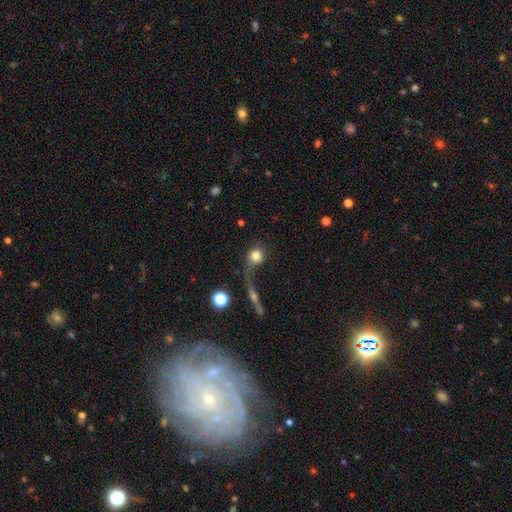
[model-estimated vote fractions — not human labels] The model was most divided on "merging": none: 47%, merger: 26%, major disturbance: 14%, minor disturbance: 13%. More confident: how rounded — round (84%); smooth or featured — smooth (78%).